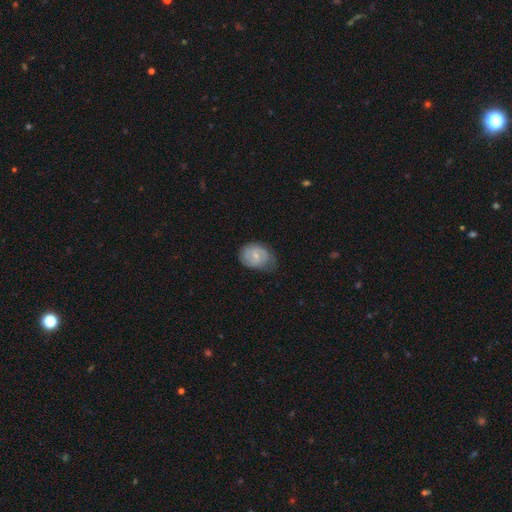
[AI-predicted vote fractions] Overall: featured or disk (51%; smooth 42%). Edge-on disk: no (97%). Bar: no (51%; weak 43%). Spiral arms: yes (80%). Bulge size: small (63%; moderate 31%). Merging: none (51%; minor disturbance 36%).